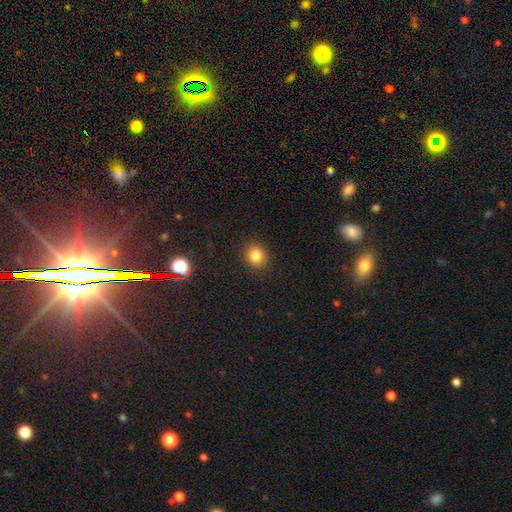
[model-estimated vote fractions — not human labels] Smooth or featured: smooth — 83% (star or artifact — 12%)
How rounded: round — 85% (in between — 14%)
Merging: none — 91% (minor disturbance — 6%)